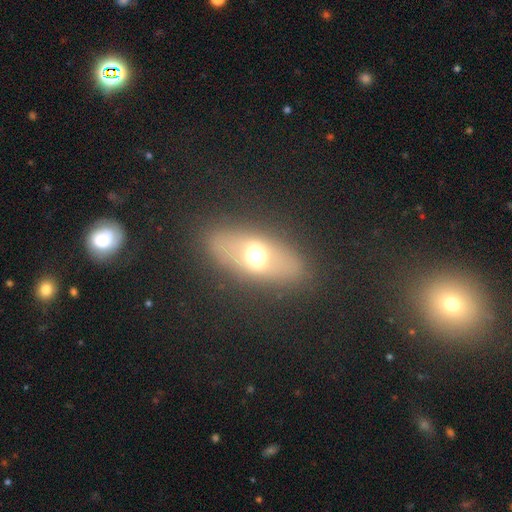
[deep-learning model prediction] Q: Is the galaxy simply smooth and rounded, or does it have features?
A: smooth — 50%.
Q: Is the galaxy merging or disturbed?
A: none — 82%.